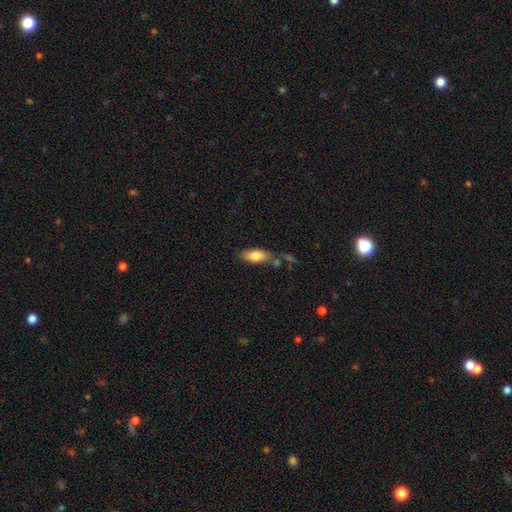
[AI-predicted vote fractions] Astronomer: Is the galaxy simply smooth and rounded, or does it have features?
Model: smooth — 81%.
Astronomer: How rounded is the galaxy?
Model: in between — 84%.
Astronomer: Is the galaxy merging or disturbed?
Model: none — 58%.